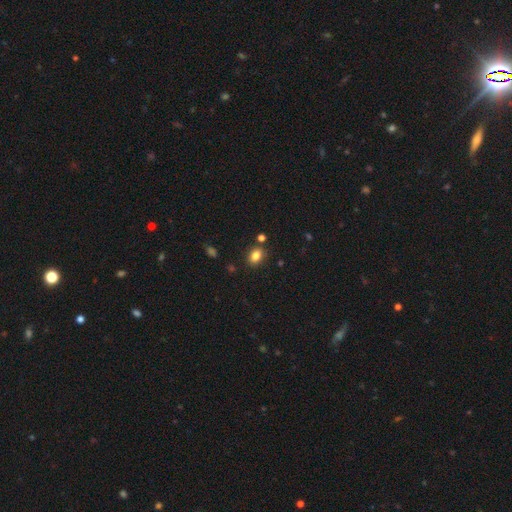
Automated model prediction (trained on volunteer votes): smooth-or-featured: smooth: 83% | star or artifact: 11% | featured or disk: 6%
  how-rounded: in between: 68% | round: 31% | cigar-shaped: 1%
  merging: none: 81% | minor disturbance: 11% | merger: 5% | major disturbance: 3%